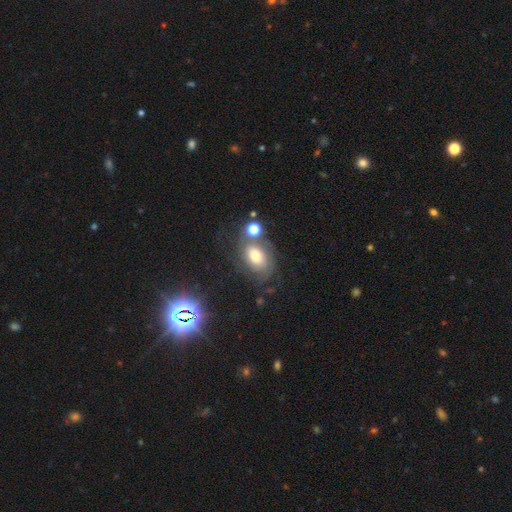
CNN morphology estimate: Smooth or featured? Predicted: smooth (p=0.45). Merging? Predicted: none (p=0.53).